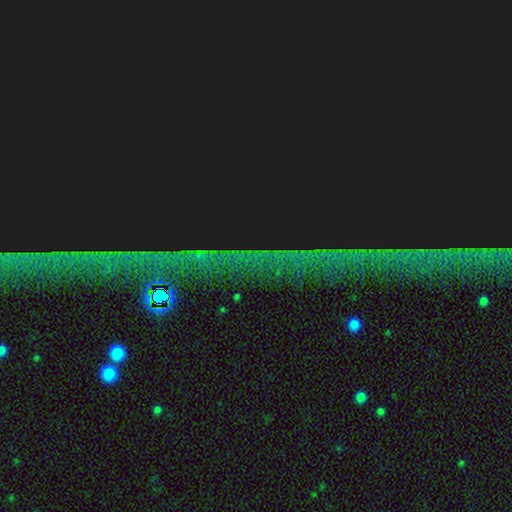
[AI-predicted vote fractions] smooth-or-featured: star or artifact: 85% | featured or disk: 8% | smooth: 7%